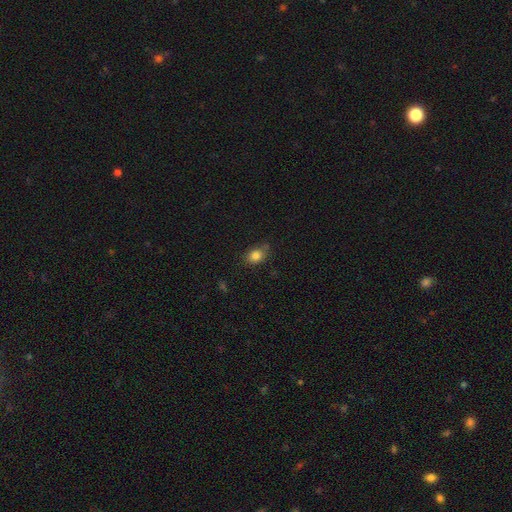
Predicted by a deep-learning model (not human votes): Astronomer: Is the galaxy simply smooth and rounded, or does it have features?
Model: smooth — 84%.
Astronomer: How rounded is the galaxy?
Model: in between — 53% (runner-up: round, 46%).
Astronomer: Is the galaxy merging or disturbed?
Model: none — 70%.